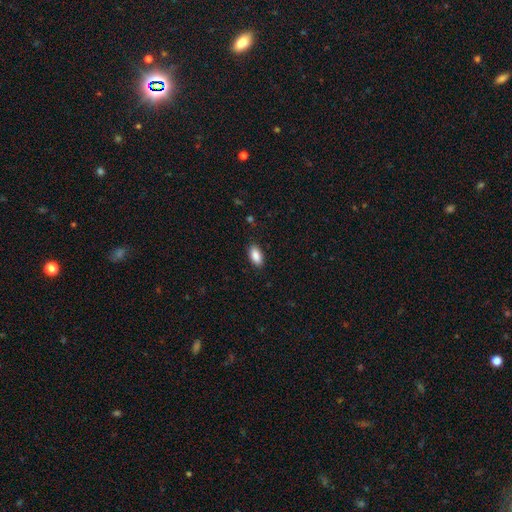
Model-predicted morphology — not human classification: type=smooth (89%); roundness=in between (93%); merging=none (88%).